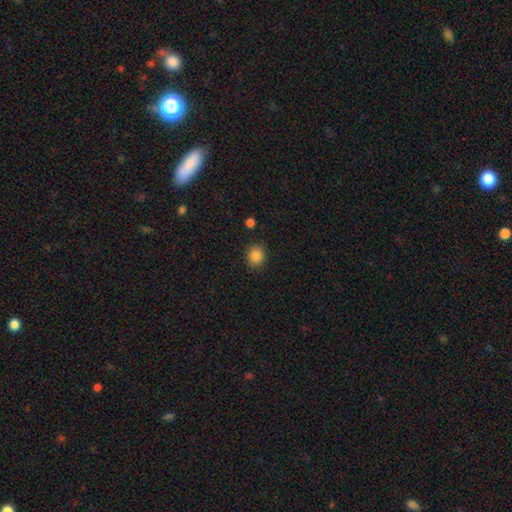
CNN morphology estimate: This appears to be a smooth galaxy with no disk features (86%) that is round (80%). Merging: none (89%).